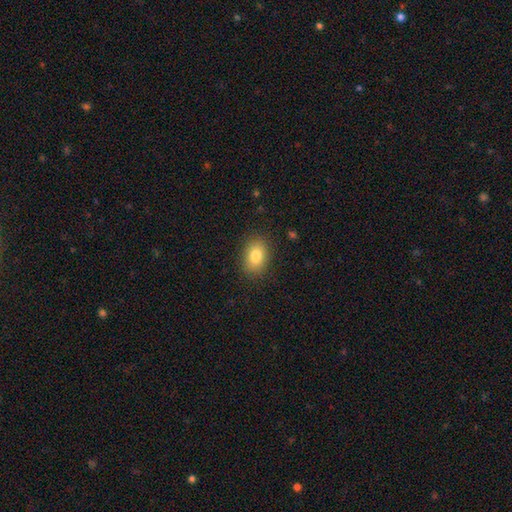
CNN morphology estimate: Smooth or featured? smooth (82%)
How rounded? in between (79%)
Merging? none (87%)